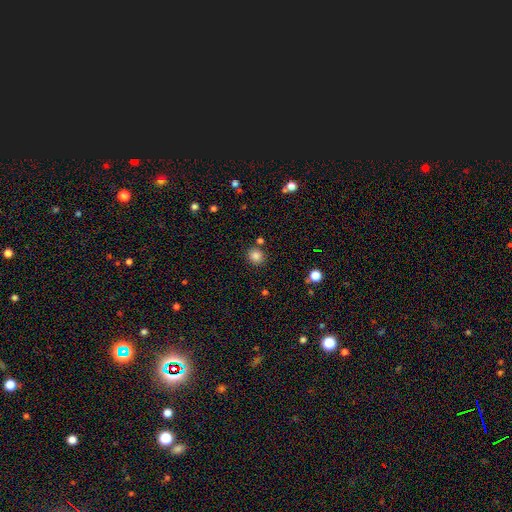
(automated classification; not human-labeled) A smooth galaxy with no disk features (84%) that is round (89%). Merging: none (84%).